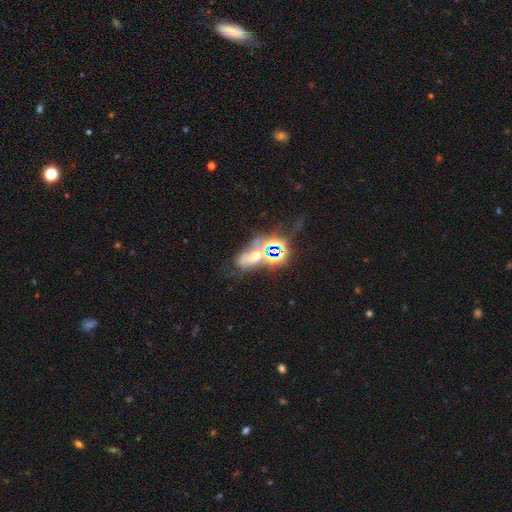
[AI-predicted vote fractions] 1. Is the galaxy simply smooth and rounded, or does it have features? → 43% star or artifact, 32% featured or disk, 24% smooth.